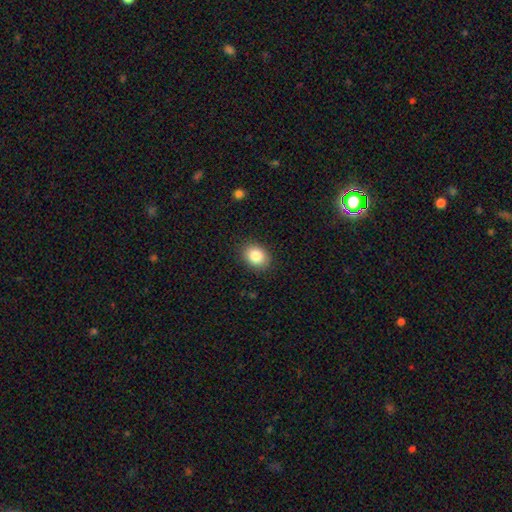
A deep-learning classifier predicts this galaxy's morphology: Smooth or featured? smooth (85%)
How rounded? in between (59%)
Merging? none (88%)